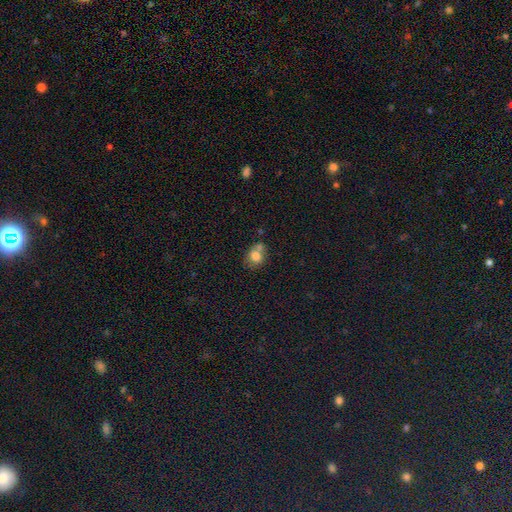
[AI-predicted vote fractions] Overall: smooth (75%). How rounded: round (60%; in between 39%). Merging: merger (40%; none 38%).